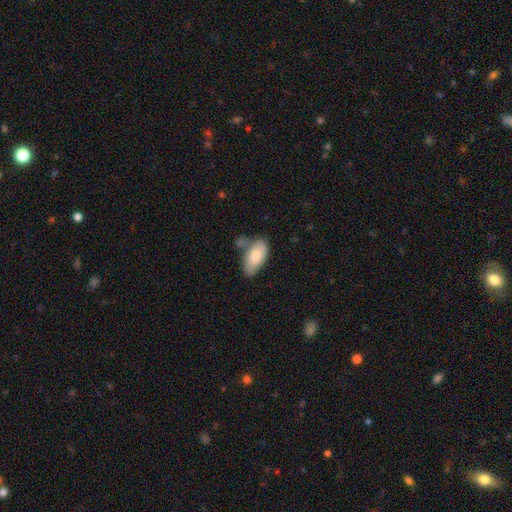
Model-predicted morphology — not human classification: The model was most divided on "merging": none: 55%, minor disturbance: 23%, merger: 16%, major disturbance: 6%. More confident: how rounded — in between (93%); smooth or featured — smooth (78%).